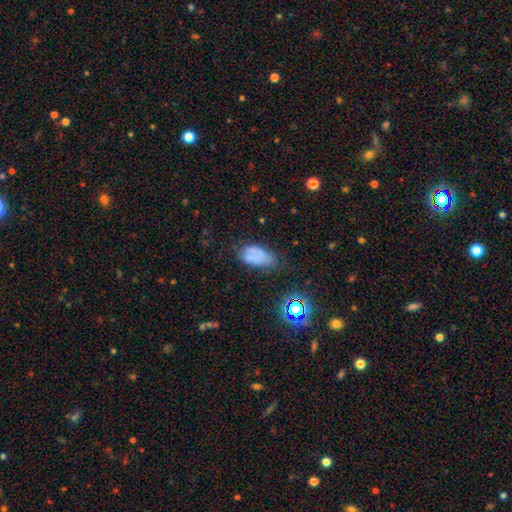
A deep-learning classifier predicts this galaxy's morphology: This is likely a smooth galaxy (63%). How rounded: clearly in between (91%). Merging: possibly none (50%).